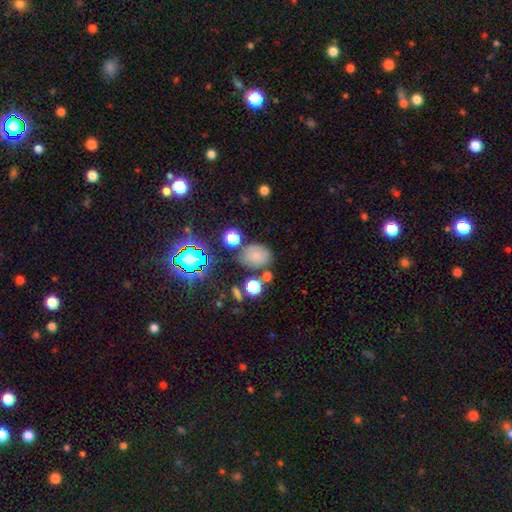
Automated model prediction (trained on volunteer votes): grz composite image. It shows a smooth galaxy with no disk features (68%) that is in between round and cigar-shaped (60%). Merging: none (65%).